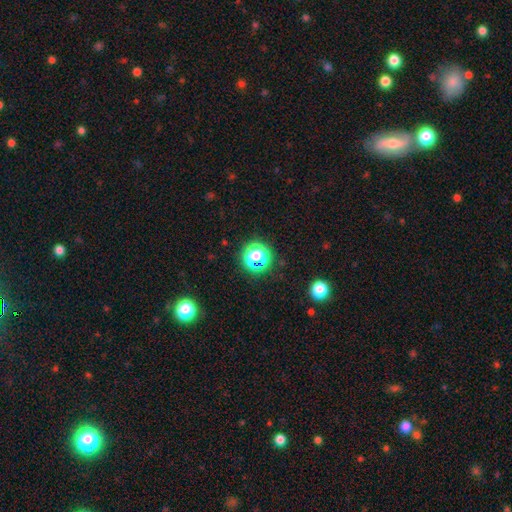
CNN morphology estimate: The model was most divided on "smooth or featured": star or artifact: 49%, smooth: 42%, featured or disk: 9%.